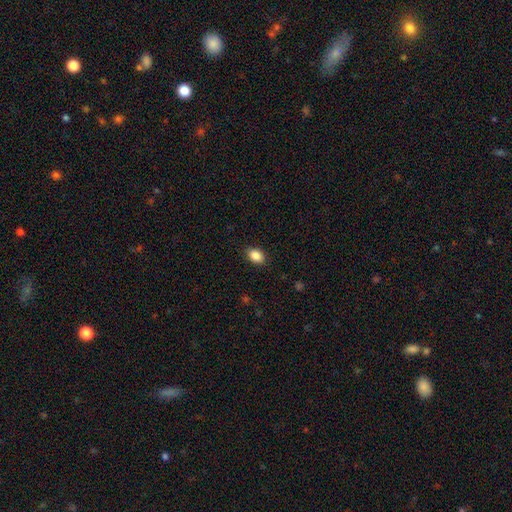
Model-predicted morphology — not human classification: Smooth or featured? smooth (88%)
How rounded? in between (80%)
Merging? none (89%)